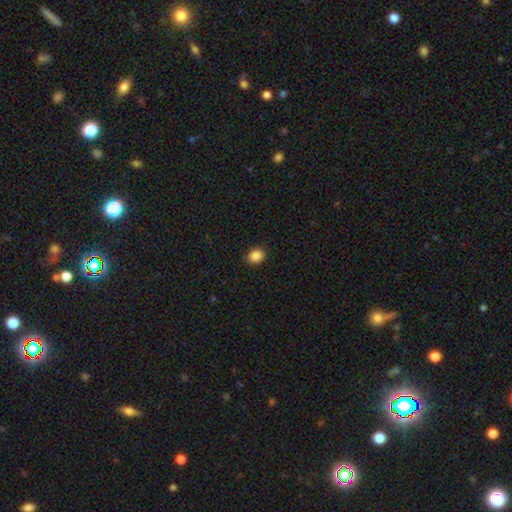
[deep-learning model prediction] smooth-or-featured: smooth: 88% | star or artifact: 10% | featured or disk: 3%
  how-rounded: round: 58% | in between: 41% | cigar-shaped: 1%
  merging: none: 91% | minor disturbance: 6% | major disturbance: 2% | merger: 1%